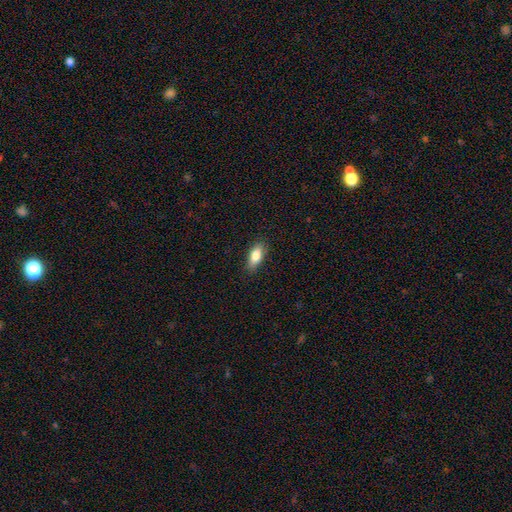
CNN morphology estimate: A smooth galaxy with no disk features (80%) that is in between round and cigar-shaped (80%). Merging: none (85%).